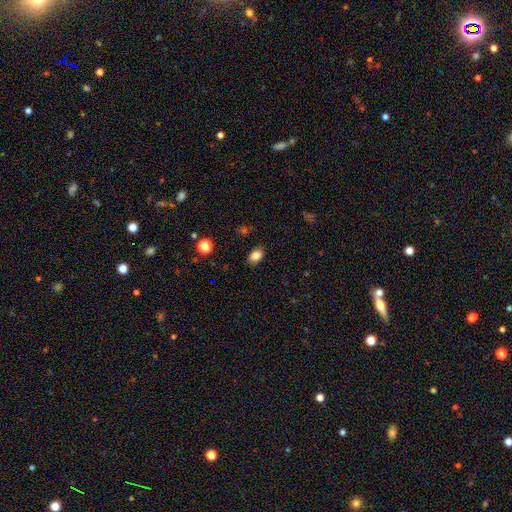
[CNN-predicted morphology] type=smooth (84%); roundness=in between (81%); merging=none (86%).